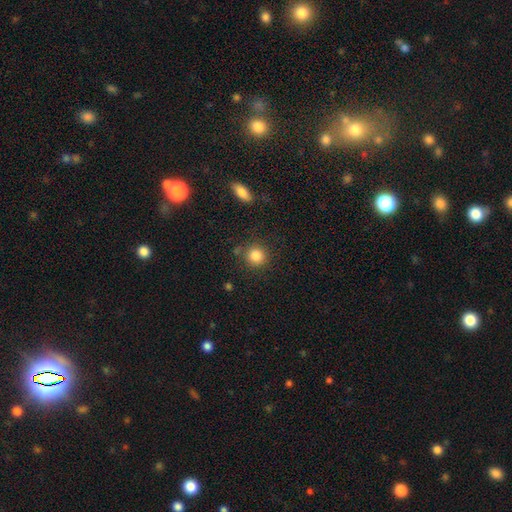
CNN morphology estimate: This is clearly a smooth galaxy (85%). How rounded: clearly round (91%). Merging: clearly none (83%).